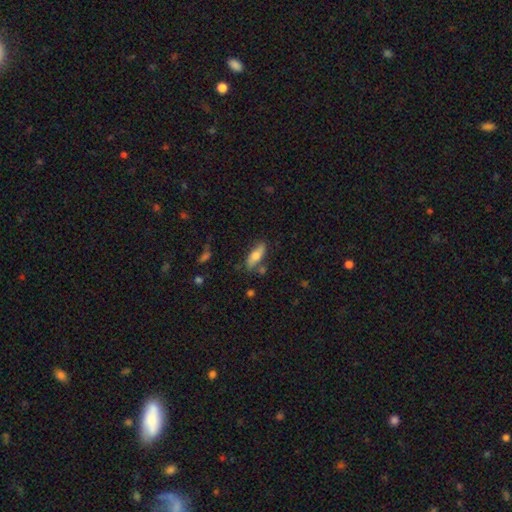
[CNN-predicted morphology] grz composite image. It shows a smooth galaxy with no disk features (65%) that is in between round and cigar-shaped (59%). Merging: none (74%).